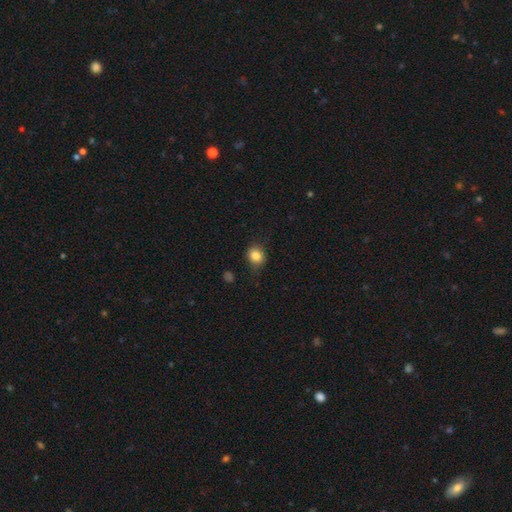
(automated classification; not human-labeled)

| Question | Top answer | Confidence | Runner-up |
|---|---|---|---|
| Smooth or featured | smooth | 84% | star or artifact (11%) |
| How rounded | round | 67% | in between (32%) |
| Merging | none | 75% | minor disturbance (19%) |